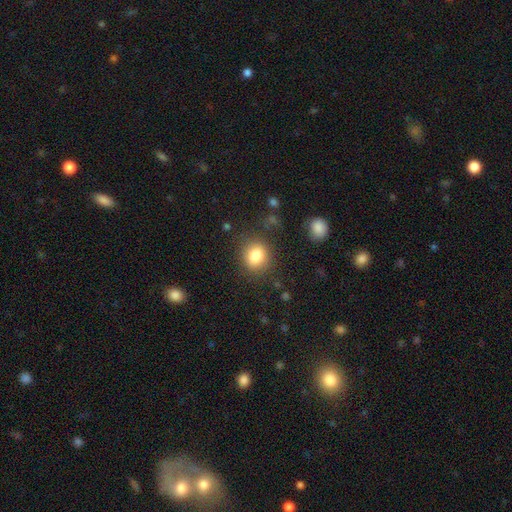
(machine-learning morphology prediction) The model was most divided on "how rounded": round: 72%, in between: 27%, cigar-shaped: 1%. More confident: merging — none (84%); smooth or featured — smooth (82%).